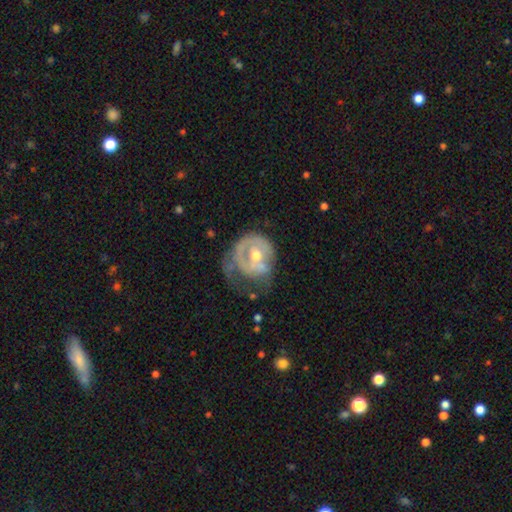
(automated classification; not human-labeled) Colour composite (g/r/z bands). It shows a featured or disk galaxy (65%) with no bar (69%), no spiral arms (53%) and a moderate central bulge (71%). Merging: major disturbance (40%).